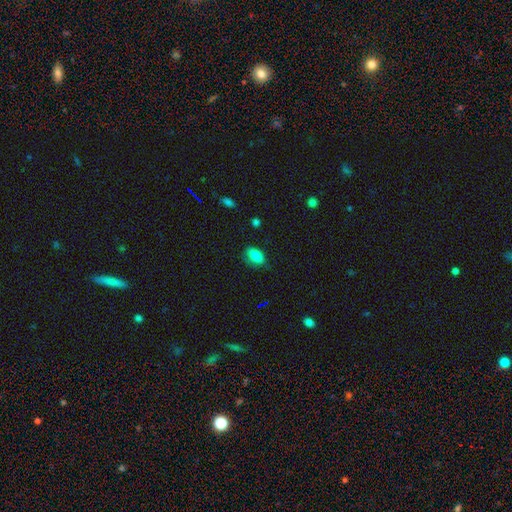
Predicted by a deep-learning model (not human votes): Smooth or featured: smooth — 83% (star or artifact — 9%)
How rounded: in between — 86% (round — 11%)
Merging: none — 73% (minor disturbance — 22%)